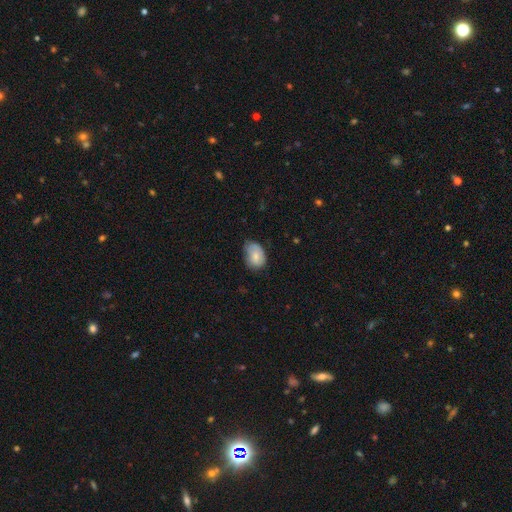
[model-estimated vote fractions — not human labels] Smooth or featured? smooth (75%)
How rounded? in between (78%)
Merging? none (53%)